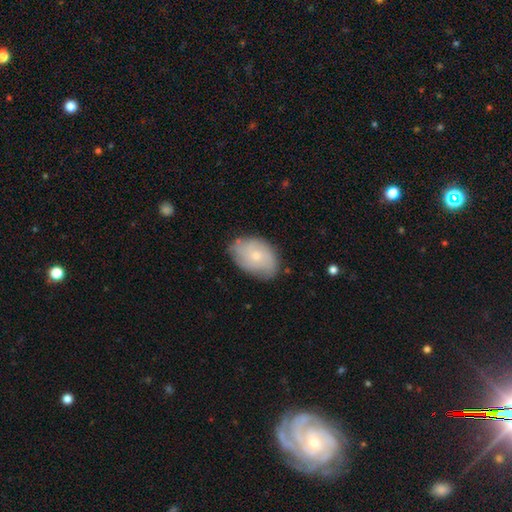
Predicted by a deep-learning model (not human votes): smooth-or-featured: smooth: 58% | featured or disk: 35% | star or artifact: 7%
  how-rounded: in between: 87% | round: 12% | cigar-shaped: 1%
  merging: none: 72% | minor disturbance: 22% | major disturbance: 5% | merger: 1%